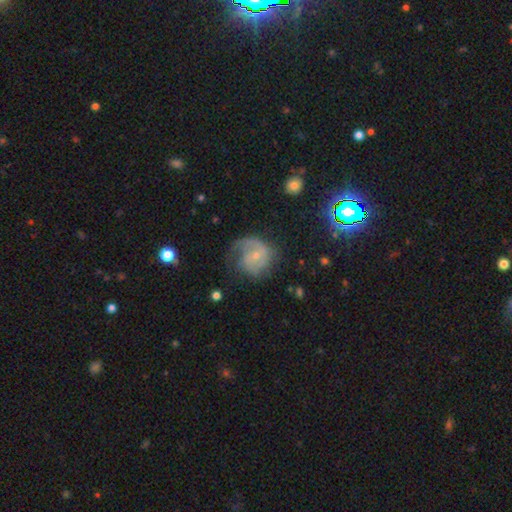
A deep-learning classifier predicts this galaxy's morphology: featured or disk 68%, smooth 23%, star or artifact 9%. Down the decision tree: edge-on disk — no (98%); bar — no (60%); spiral arms — yes (85%); spiral arm count — 1 (34%); spiral winding — medium (41%); bulge size — small (71%); merging — none (45%).